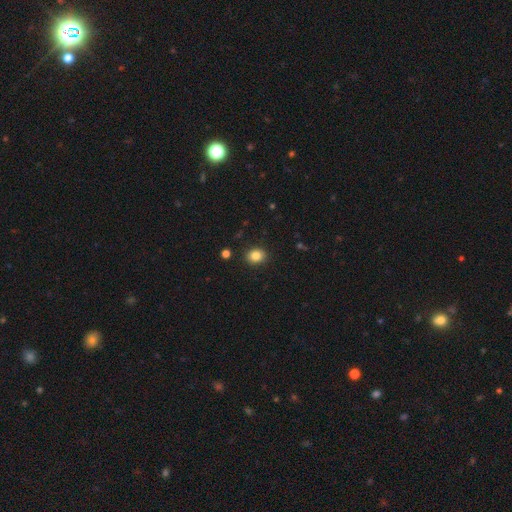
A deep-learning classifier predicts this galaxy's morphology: Q: Smooth or featured?
A: smooth (84%); runner-up: star or artifact (11%)
Q: How rounded?
A: round (62%); runner-up: in between (37%)
Q: Merging?
A: none (90%); runner-up: minor disturbance (7%)